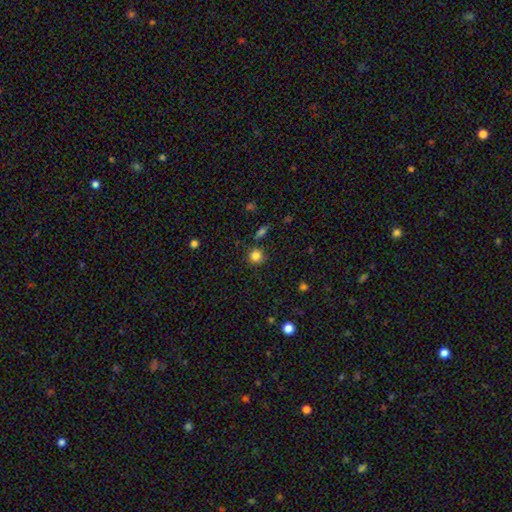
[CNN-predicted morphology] Smooth or featured: smooth — 83% (star or artifact — 12%)
How rounded: round — 90% (in between — 9%)
Merging: none — 82% (minor disturbance — 10%)